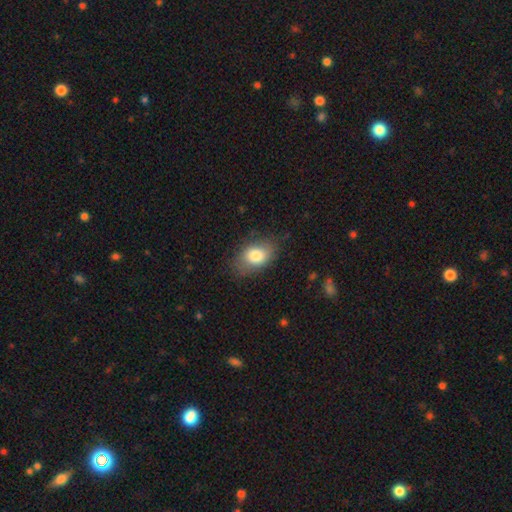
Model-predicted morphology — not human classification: type=smooth (80%); roundness=in between (83%); merging=none (76%).